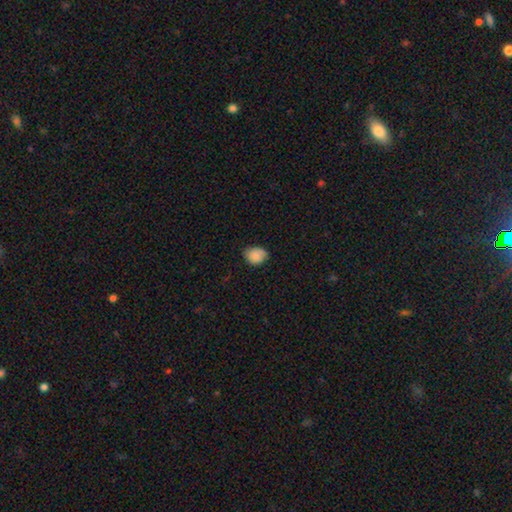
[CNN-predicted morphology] The model was most divided on "how rounded": in between: 55%, round: 44%, cigar-shaped: 1%. More confident: smooth or featured — smooth (84%); merging — none (67%).